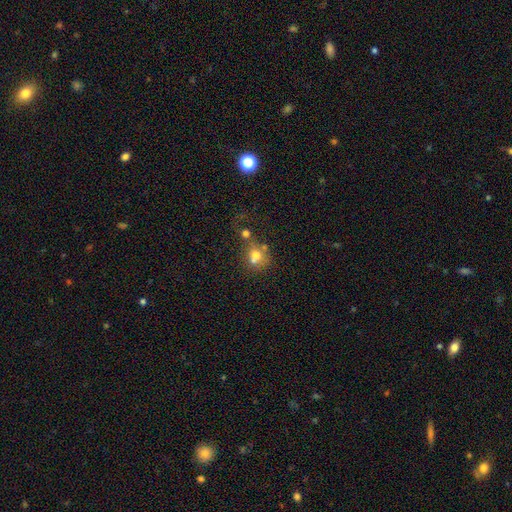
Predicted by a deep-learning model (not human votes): This appears to be a smooth galaxy with no disk features (64%) that is round (70%). Merging: merger (45%).